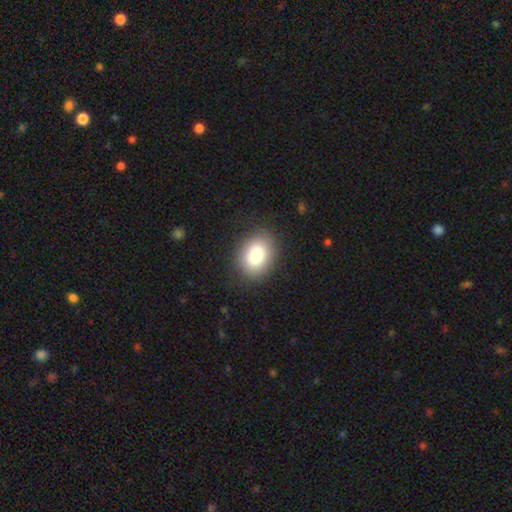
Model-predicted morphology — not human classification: smooth-or-featured: smooth: 84% | featured or disk: 8% | star or artifact: 8%
  how-rounded: in between: 67% | round: 32% | cigar-shaped: 1%
  merging: none: 85% | minor disturbance: 10% | major disturbance: 3% | merger: 1%